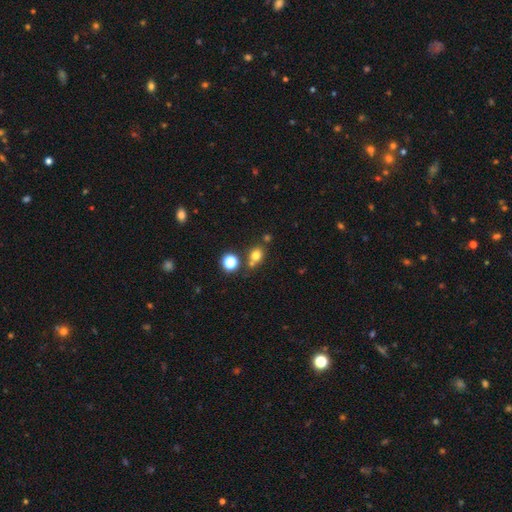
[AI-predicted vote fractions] Smooth or featured? smooth (74%)
How rounded? round (68%)
Merging? none (65%)